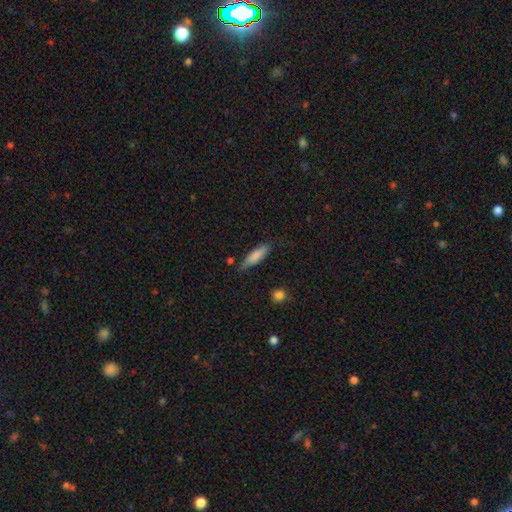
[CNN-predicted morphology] This appears to be a smooth galaxy with no disk features (80%) that is cigar-shaped (63%). Merging: none (64%).